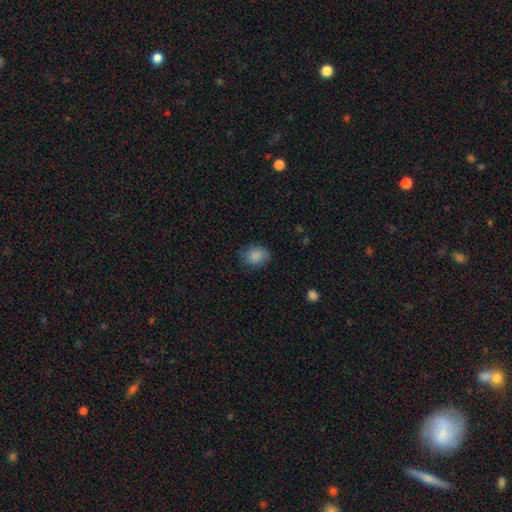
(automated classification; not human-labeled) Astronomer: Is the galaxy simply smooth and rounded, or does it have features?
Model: smooth — 87%.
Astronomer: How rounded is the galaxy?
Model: in between — 51% (runner-up: round, 48%).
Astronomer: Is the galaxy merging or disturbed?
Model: none — 79%.